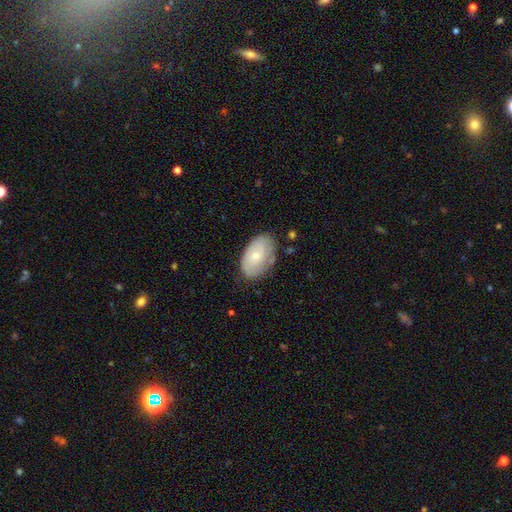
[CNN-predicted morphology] Smooth or featured: smooth — 62% (featured or disk — 32%)
How rounded: in between — 92% (round — 7%)
Merging: none — 72% (minor disturbance — 21%)